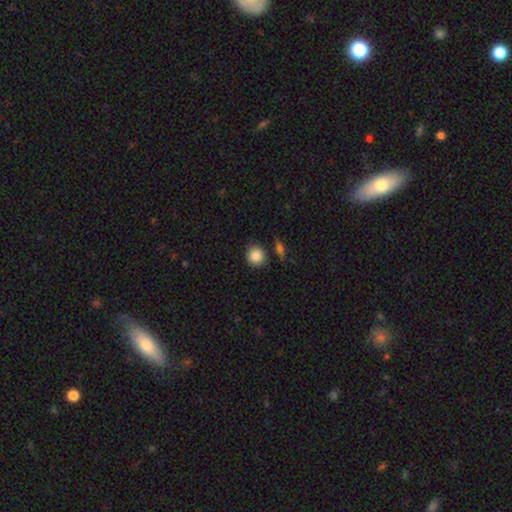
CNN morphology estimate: Smooth or featured?
  - smooth: 87% *
  - star or artifact: 8%
  - featured or disk: 5%
How rounded?
  - round: 88% *
  - in between: 11%
  - cigar-shaped: 1%
Merging?
  - none: 81% *
  - minor disturbance: 12%
  - merger: 4%
  - major disturbance: 3%